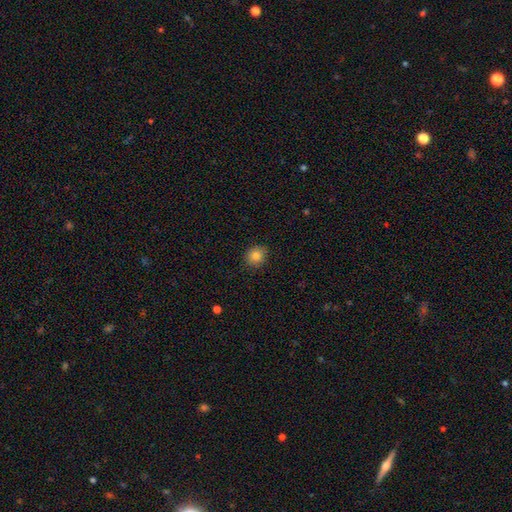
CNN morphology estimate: type=smooth (83%); roundness=round (80%); merging=none (88%).